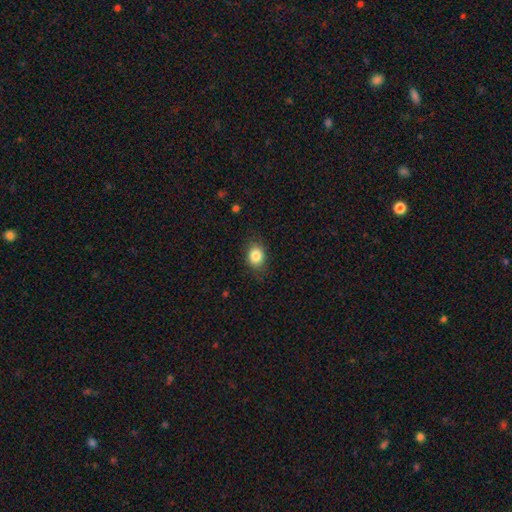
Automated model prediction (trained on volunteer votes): smooth-or-featured: smooth: 85% | star or artifact: 9% | featured or disk: 6%
  how-rounded: in between: 53% | round: 46% | cigar-shaped: 1%
  merging: none: 82% | minor disturbance: 13% | major disturbance: 4% | merger: 1%